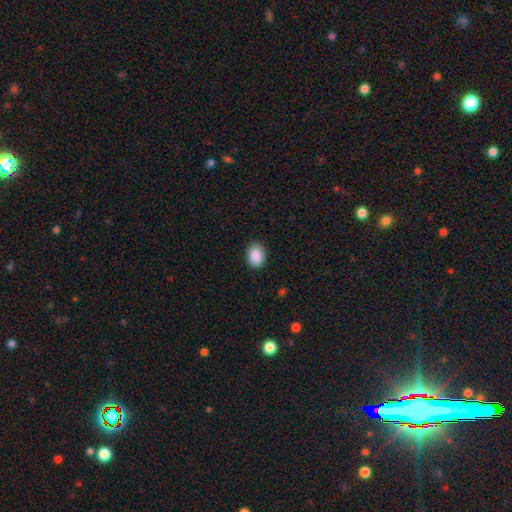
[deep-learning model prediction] Smooth or featured?
  - smooth: 90% *
  - star or artifact: 7%
  - featured or disk: 3%
How rounded?
  - in between: 74% *
  - round: 25%
  - cigar-shaped: 1%
Merging?
  - none: 87% *
  - minor disturbance: 10%
  - major disturbance: 2%
  - merger: 1%